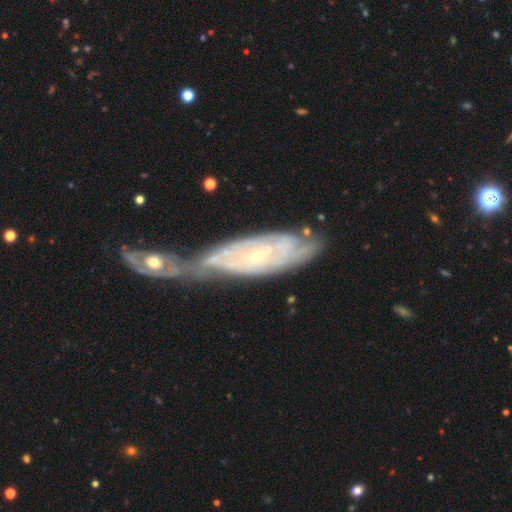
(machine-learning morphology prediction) The model was most divided on "bar": no: 60%, weak: 30%, strong: 10%. More confident: spiral arms — yes (92%); edge-on disk — no (89%); smooth or featured — featured or disk (84%); bulge size — small (78%); spiral winding — tight (74%); merging — merger (57%); spiral arm count — can't tell (53%).